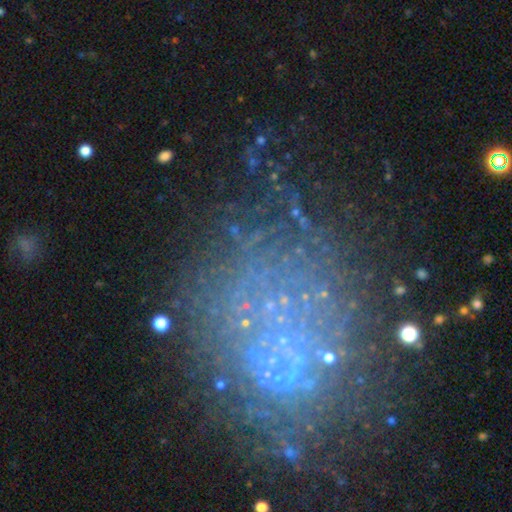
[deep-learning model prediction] smooth_or_featured: featured or disk (p=0.46) [alt: star or artifact p=0.36]
merging: none (p=0.61) [alt: major disturbance p=0.20]